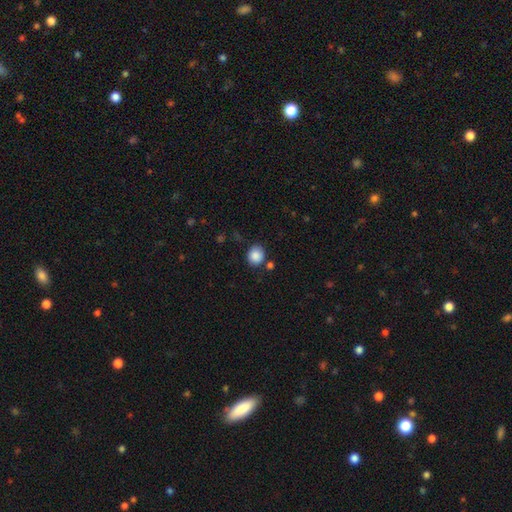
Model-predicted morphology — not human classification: Overall: smooth (87%). How rounded: round (74%). Merging: none (77%).